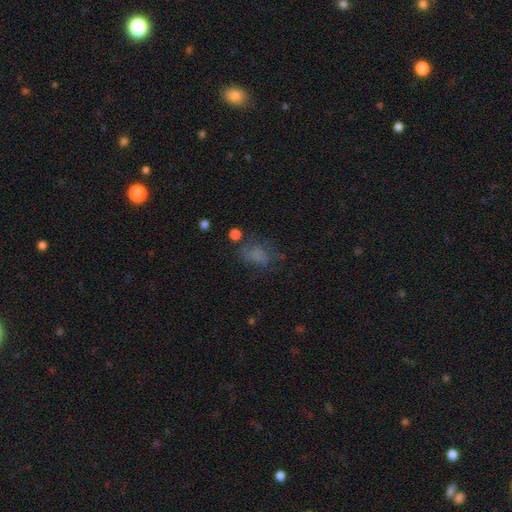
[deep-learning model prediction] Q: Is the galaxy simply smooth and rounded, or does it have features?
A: smooth — 60%.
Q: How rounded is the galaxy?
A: in between — 75%.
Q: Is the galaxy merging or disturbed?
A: none — 52%.